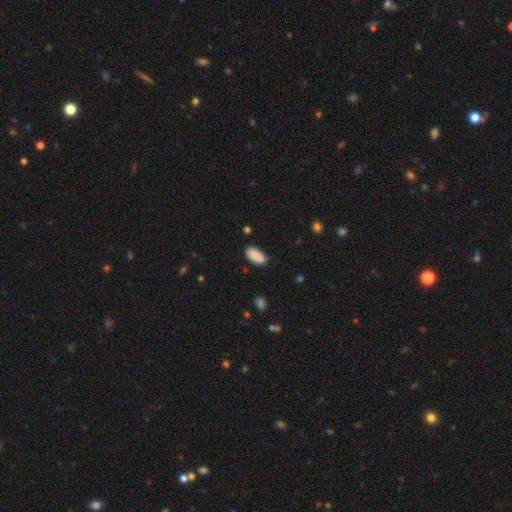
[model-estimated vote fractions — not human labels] The model was most divided on "merging": none: 67%, minor disturbance: 19%, merger: 9%, major disturbance: 5%. More confident: how rounded — in between (93%); smooth or featured — smooth (85%).